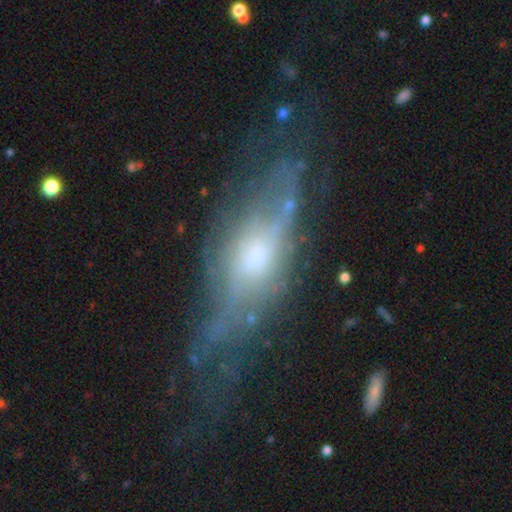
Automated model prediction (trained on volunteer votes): Smooth or featured?
  - featured or disk: 69% *
  - smooth: 22%
  - star or artifact: 9%
Edge-on disk?
  - no: 56% *
  - yes: 44%
Merging?
  - none: 47% *
  - minor disturbance: 25%
  - major disturbance: 25%
  - merger: 3%